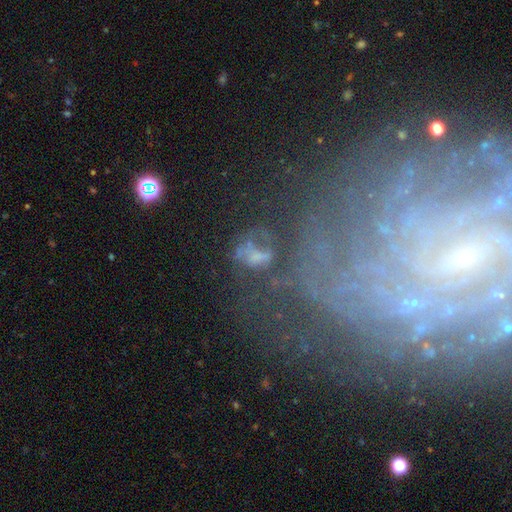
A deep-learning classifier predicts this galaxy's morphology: The model was most divided on "merging" (2-way tie): major disturbance: 34%, none: 34%, minor disturbance: 18%, merger: 14%. Remaining: smooth or featured — featured or disk (39%).